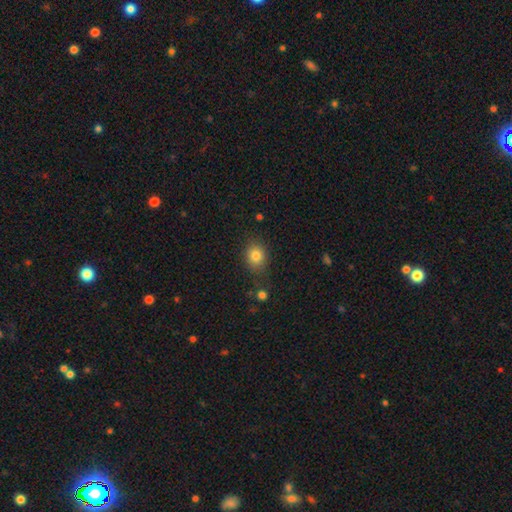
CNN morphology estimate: Overall: smooth (82%). How rounded: round (59%; in between 40%). Merging: none (80%).